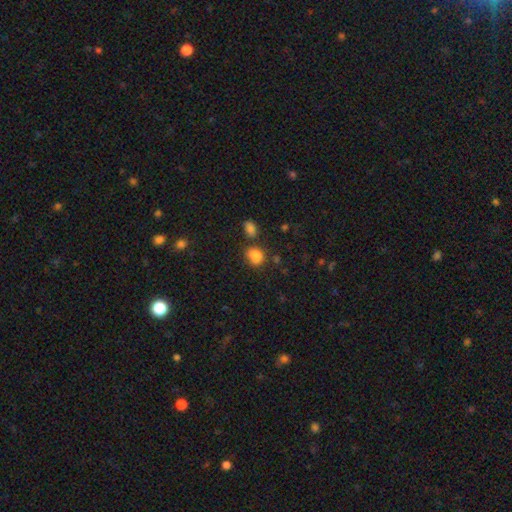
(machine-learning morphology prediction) smooth 84%, star or artifact 11%, featured or disk 5%. Down the decision tree: how rounded — round (57%); merging — none (65%).